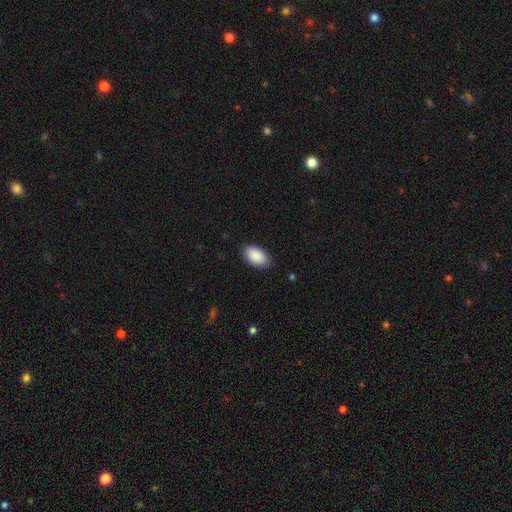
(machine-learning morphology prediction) This is clearly a smooth galaxy (91%). How rounded: clearly in between (95%). Merging: clearly none (85%).